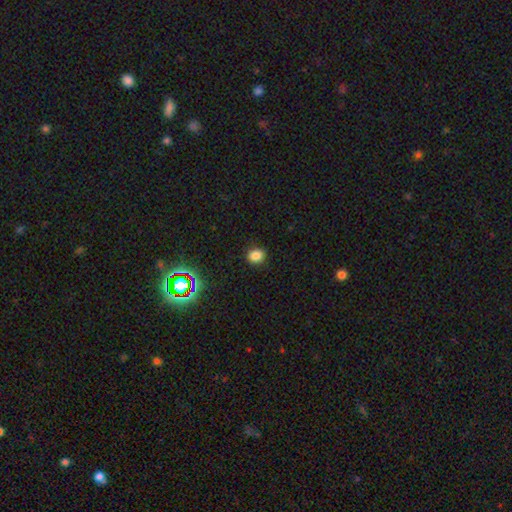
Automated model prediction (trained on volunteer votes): Smooth or featured?
  - smooth: 83% *
  - star or artifact: 13%
  - featured or disk: 4%
How rounded?
  - round: 62% *
  - in between: 37%
  - cigar-shaped: 1%
Merging?
  - none: 88% *
  - minor disturbance: 8%
  - major disturbance: 2%
  - merger: 1%